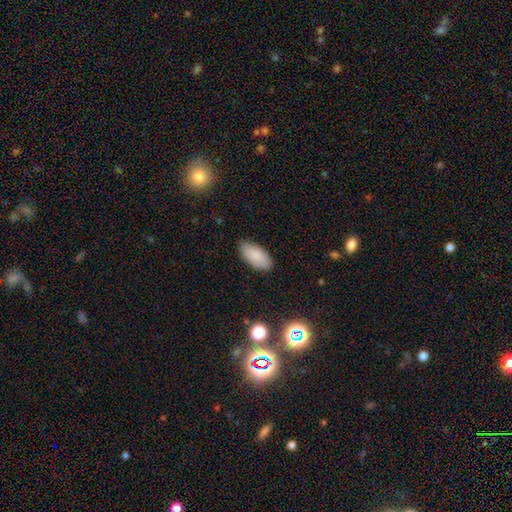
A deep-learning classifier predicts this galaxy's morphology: Smooth or featured?
  - smooth: 84% *
  - featured or disk: 9%
  - star or artifact: 7%
How rounded?
  - in between: 94% *
  - cigar-shaped: 4%
  - round: 2%
Merging?
  - none: 82% *
  - minor disturbance: 14%
  - major disturbance: 2%
  - merger: 1%